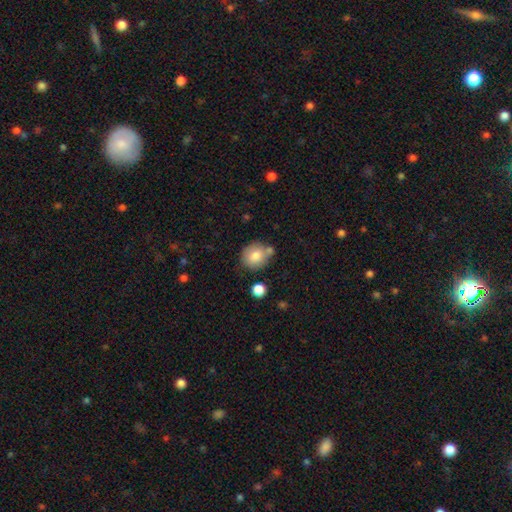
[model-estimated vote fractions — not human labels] Morphology: type=smooth (79%); roundness=round (82%); merging=none (66%).